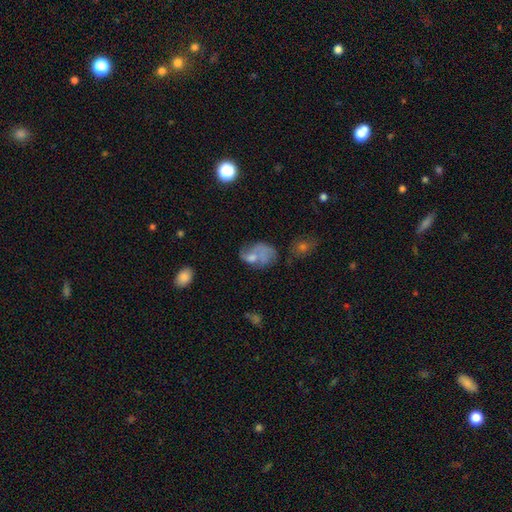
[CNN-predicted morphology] smooth-or-featured: smooth: 49% | featured or disk: 39% | star or artifact: 12%
  merging: major disturbance: 30% | none: 26% | merger: 23% | minor disturbance: 21%